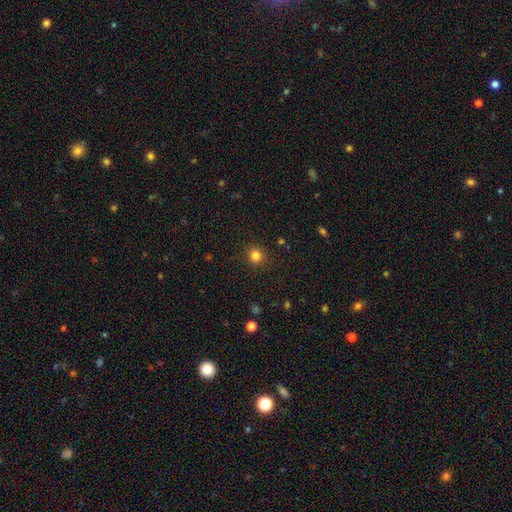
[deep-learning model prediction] smooth-or-featured: smooth: 83% | star or artifact: 13% | featured or disk: 4%
  how-rounded: round: 91% | in between: 8% | cigar-shaped: 1%
  merging: none: 90% | minor disturbance: 7% | major disturbance: 2% | merger: 1%